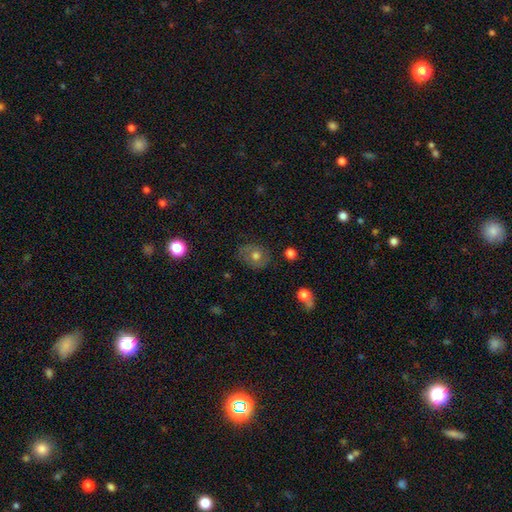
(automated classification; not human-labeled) smooth-or-featured: smooth: 62% | featured or disk: 26% | star or artifact: 12%
  how-rounded: round: 61% | in between: 38% | cigar-shaped: 1%
  merging: none: 72% | minor disturbance: 19% | major disturbance: 7% | merger: 2%